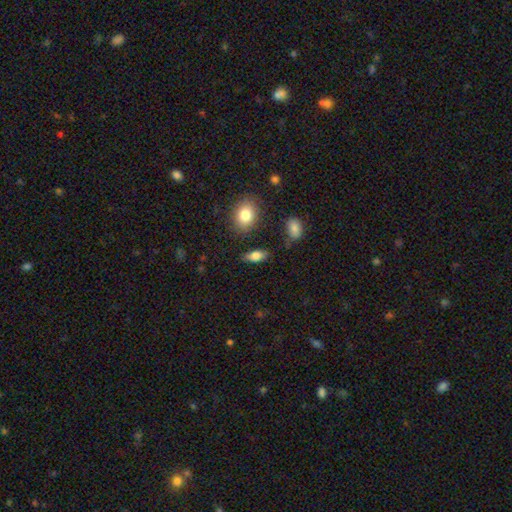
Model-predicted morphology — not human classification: Smooth or featured: smooth — 79% (featured or disk — 12%)
How rounded: in between — 85% (cigar-shaped — 10%)
Merging: none — 78% (minor disturbance — 15%)